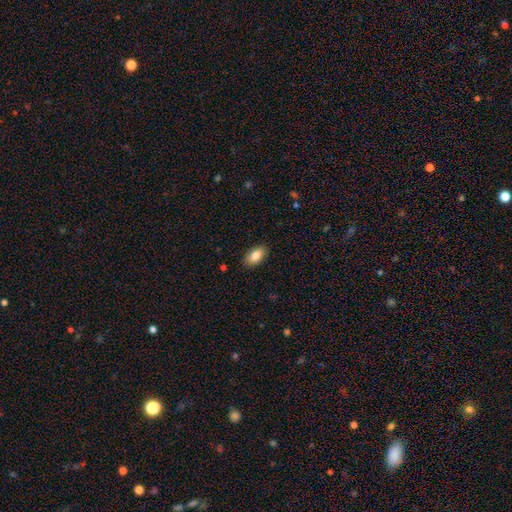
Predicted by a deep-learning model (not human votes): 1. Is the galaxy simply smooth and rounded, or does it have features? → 83% smooth, 10% featured or disk, 7% star or artifact.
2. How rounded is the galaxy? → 92% in between, 5% round, 2% cigar-shaped.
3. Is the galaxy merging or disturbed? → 88% none, 9% minor disturbance, 2% major disturbance, 1% merger.